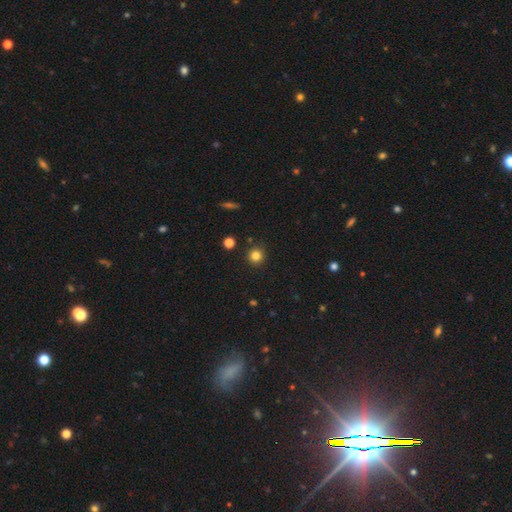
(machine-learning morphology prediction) smooth 82%, star or artifact 13%, featured or disk 5%. Down the decision tree: how rounded — round (95%); merging — none (89%).